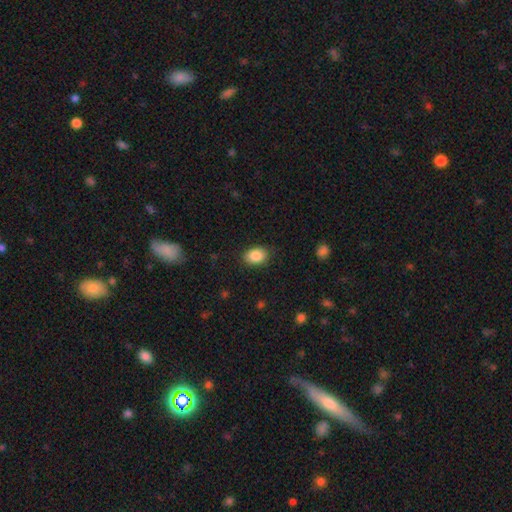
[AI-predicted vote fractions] A smooth galaxy with no disk features (88%) that is in between round and cigar-shaped (79%). Merging: none (85%).